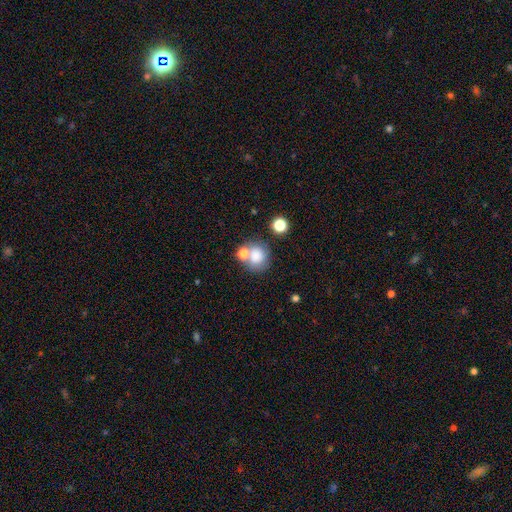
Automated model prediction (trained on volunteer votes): Q: Smooth or featured?
A: smooth (75%); runner-up: star or artifact (12%)
Q: How rounded?
A: round (80%); runner-up: in between (19%)
Q: Merging?
A: none (53%); runner-up: merger (29%)